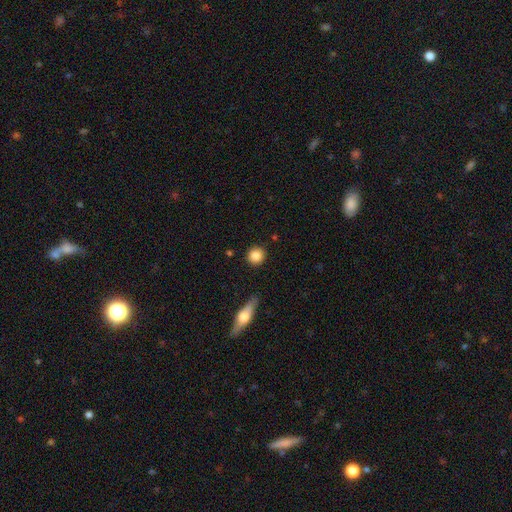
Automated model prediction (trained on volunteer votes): The model was most divided on "smooth or featured": smooth: 84%, star or artifact: 8%, featured or disk: 7%. More confident: how rounded — round (91%); merging — none (88%).